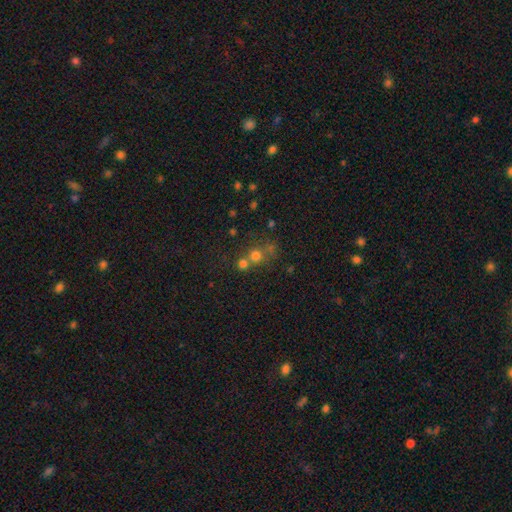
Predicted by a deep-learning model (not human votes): Overall: smooth (68%). How rounded: round (87%). Merging: none (45%; merger 44%).